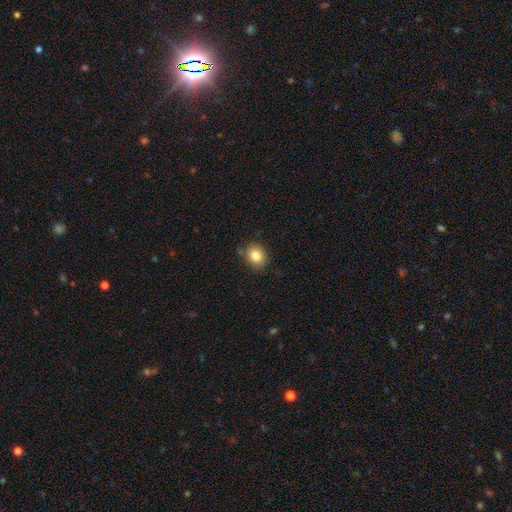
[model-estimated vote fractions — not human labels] Q: Smooth or featured?
A: smooth (84%); runner-up: star or artifact (10%)
Q: How rounded?
A: round (67%); runner-up: in between (33%)
Q: Merging?
A: none (82%); runner-up: minor disturbance (13%)